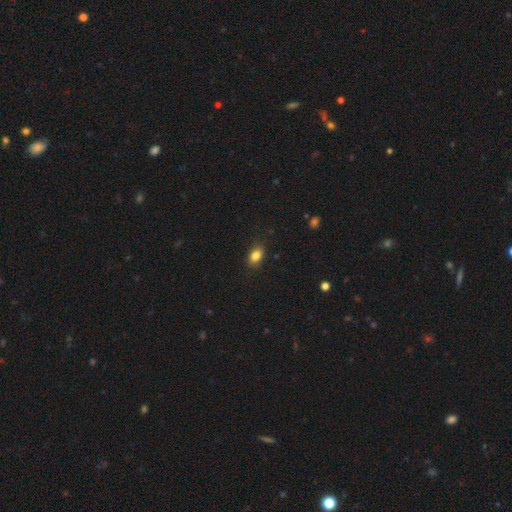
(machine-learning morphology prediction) smooth_or_featured: smooth (p=0.85) [alt: star or artifact p=0.09]
how_rounded: in between (p=0.83) [alt: round p=0.15]
merging: none (p=0.86) [alt: minor disturbance p=0.10]